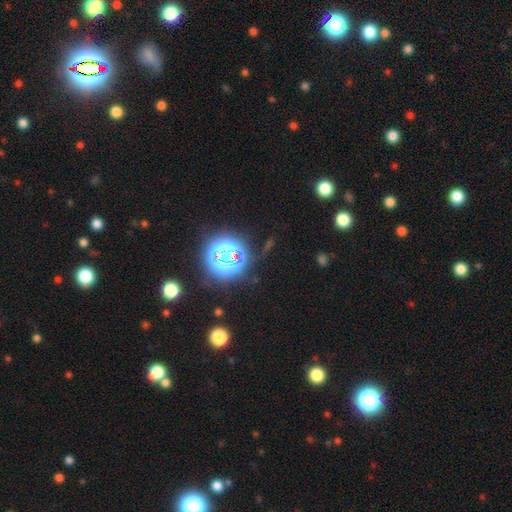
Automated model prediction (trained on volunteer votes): This is likely a star or artifact rather than a galaxy (76%).